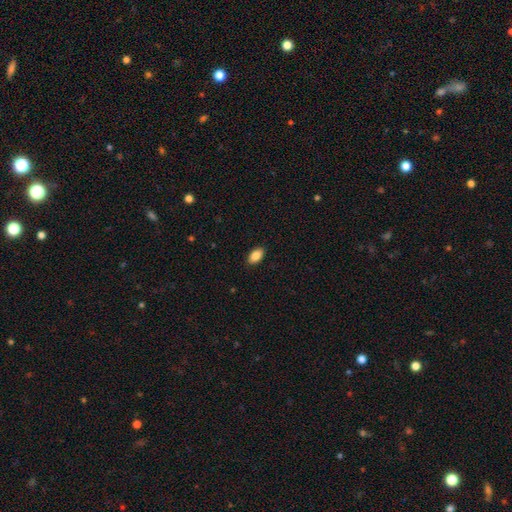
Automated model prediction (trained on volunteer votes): Smooth or featured? smooth (86%)
How rounded? in between (92%)
Merging? none (89%)